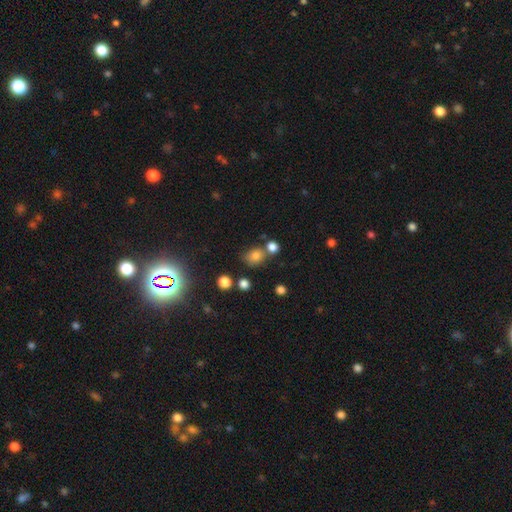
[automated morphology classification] type=smooth (77%); roundness=round (59%); merging=none (59%).